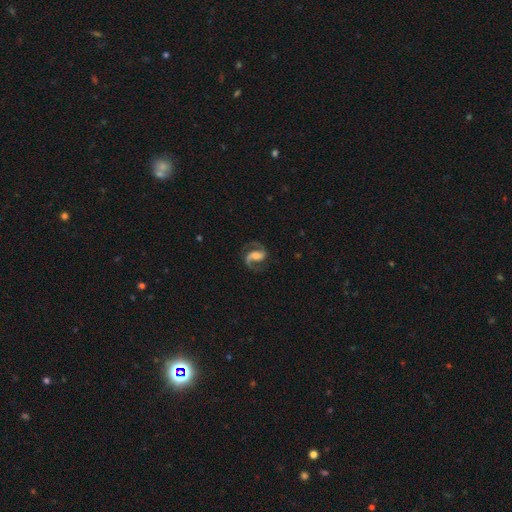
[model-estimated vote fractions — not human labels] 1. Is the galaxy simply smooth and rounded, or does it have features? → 90% featured or disk, 5% star or artifact, 5% smooth.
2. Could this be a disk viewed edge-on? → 98% no, 2% yes.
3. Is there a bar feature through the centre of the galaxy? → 43% weak, 31% strong, 26% no.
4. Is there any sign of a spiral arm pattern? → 98% yes, 2% no.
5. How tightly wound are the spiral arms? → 60% medium, 26% loose, 14% tight.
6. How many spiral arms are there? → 92% 2, 3% 1, 2% can't tell, 1% 3, 1% 4, 1% more than 4.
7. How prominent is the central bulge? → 46% moderate, 30% small, 13% large, 10% none, 2% dominant.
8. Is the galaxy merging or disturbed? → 77% none, 13% minor disturbance, 8% major disturbance, 1% merger.